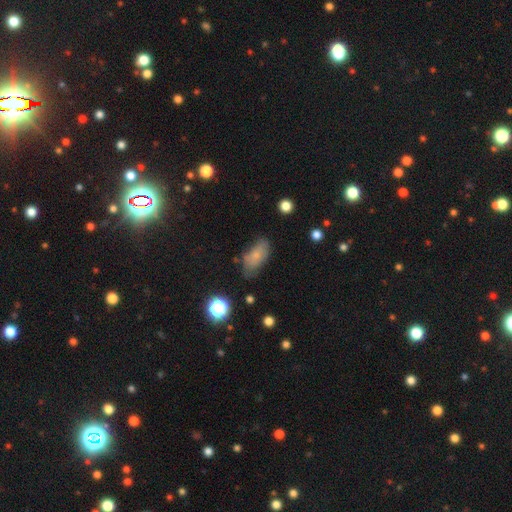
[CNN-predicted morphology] smooth-or-featured: smooth: 70% | featured or disk: 19% | star or artifact: 10%
  how-rounded: in between: 88% | cigar-shaped: 7% | round: 5%
  merging: none: 58% | minor disturbance: 29% | major disturbance: 9% | merger: 3%